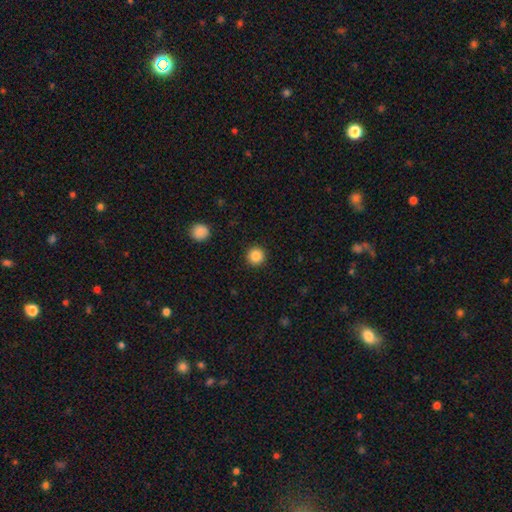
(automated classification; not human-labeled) Smooth or featured? Predicted: smooth (p=0.86). How rounded? Predicted: round (p=0.96). Merging? Predicted: none (p=0.93).